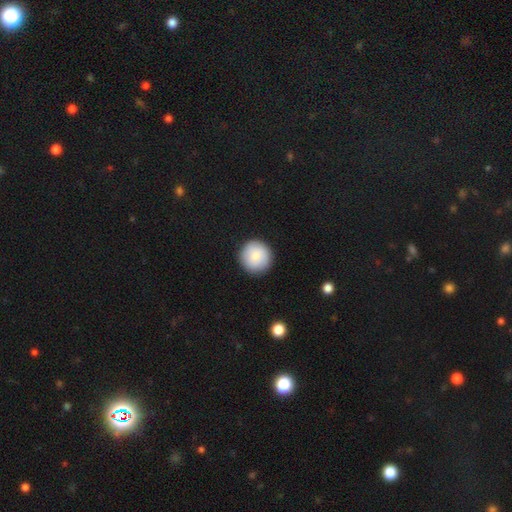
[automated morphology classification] This is clearly a smooth galaxy (83%). How rounded: clearly round (95%). Merging: clearly none (91%).